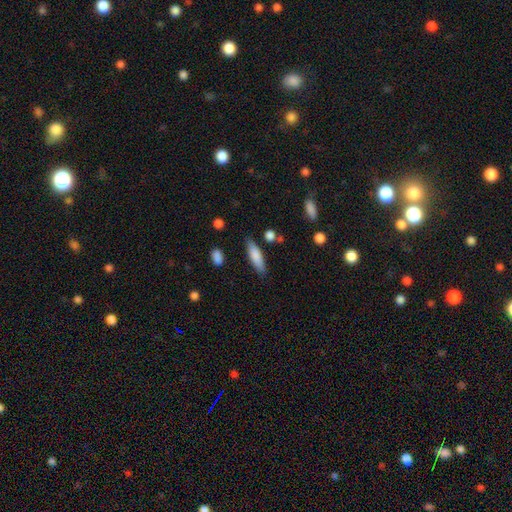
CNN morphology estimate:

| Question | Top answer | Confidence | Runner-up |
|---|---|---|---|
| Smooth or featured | smooth | 79% | featured or disk (15%) |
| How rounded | cigar-shaped | 63% | in between (35%) |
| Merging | none | 82% | minor disturbance (12%) |